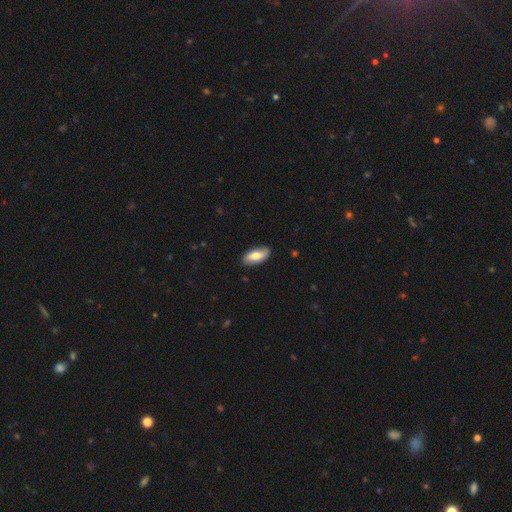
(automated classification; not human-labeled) smooth_or_featured: smooth (p=0.67) [alt: featured or disk p=0.27]
how_rounded: in between (p=0.87) [alt: cigar-shaped p=0.11]
merging: none (p=0.86) [alt: minor disturbance p=0.11]